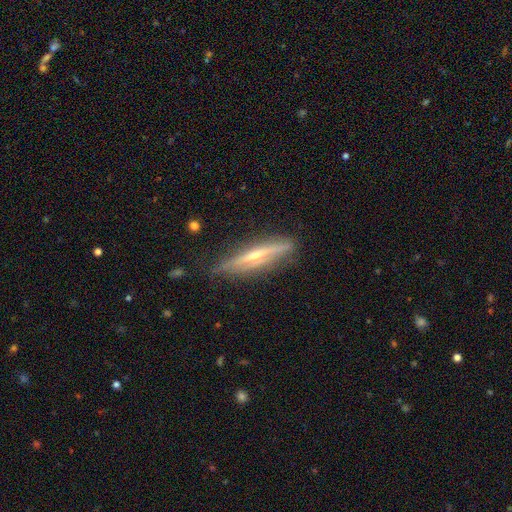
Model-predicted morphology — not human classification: The model was most divided on "smooth or featured": featured or disk: 73%, smooth: 21%, star or artifact: 6%. More confident: edge-on disk — yes (94%); merging — none (81%); edge-on bulge — rounded (76%).